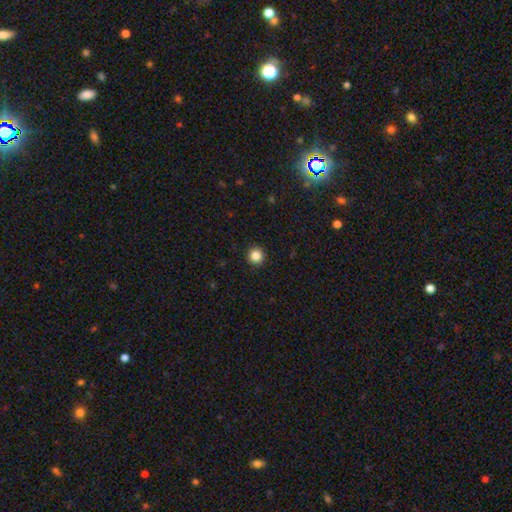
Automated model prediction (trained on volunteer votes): Smooth or featured? Predicted: smooth (p=0.85). How rounded? Predicted: round (p=0.96). Merging? Predicted: none (p=0.93).